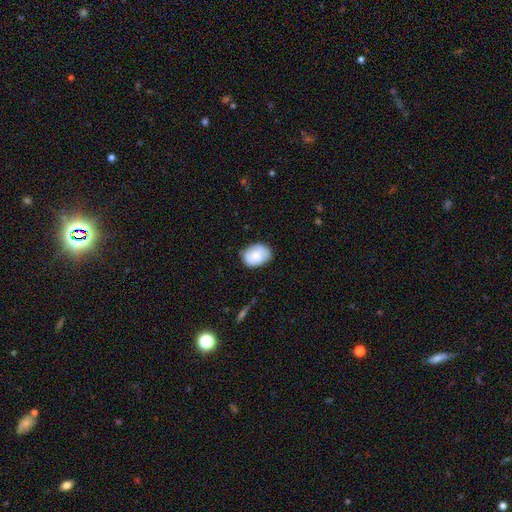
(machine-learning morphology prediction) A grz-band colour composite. It shows a smooth galaxy with no disk features (77%) that is in between round and cigar-shaped (69%). Merging: none (76%).